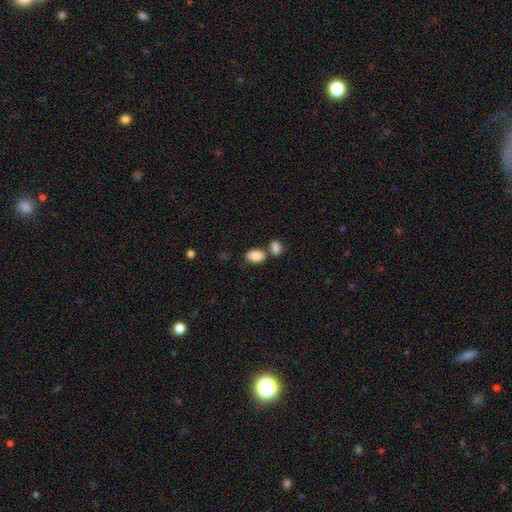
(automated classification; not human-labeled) Smooth or featured? smooth (86%)
How rounded? in between (87%)
Merging? none (55%)